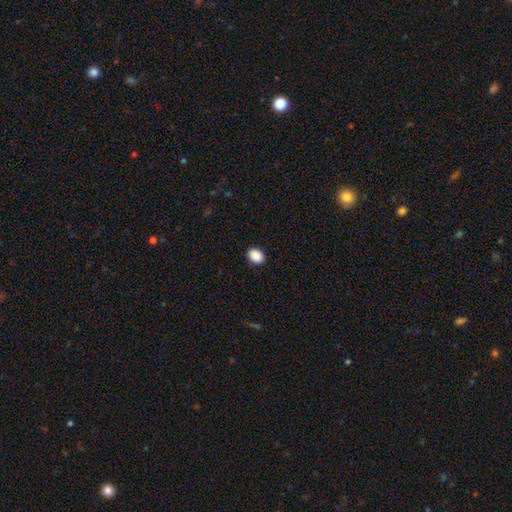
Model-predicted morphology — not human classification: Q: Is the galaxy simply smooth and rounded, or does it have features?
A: smooth — 90%.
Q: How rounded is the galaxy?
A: in between — 62%.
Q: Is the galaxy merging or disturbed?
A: none — 90%.